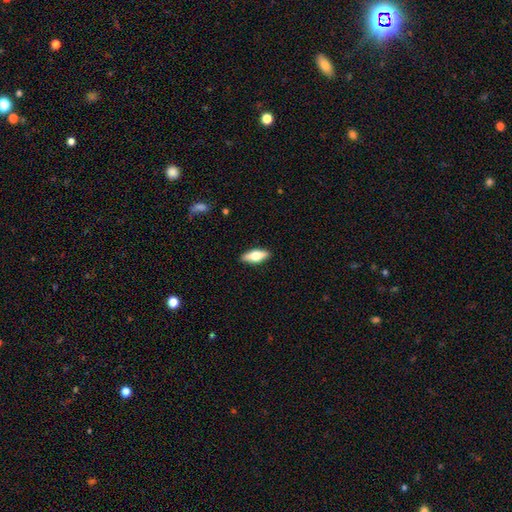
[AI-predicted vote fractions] Morphology: type=smooth (63%); roundness=in between (70%); merging=none (89%).